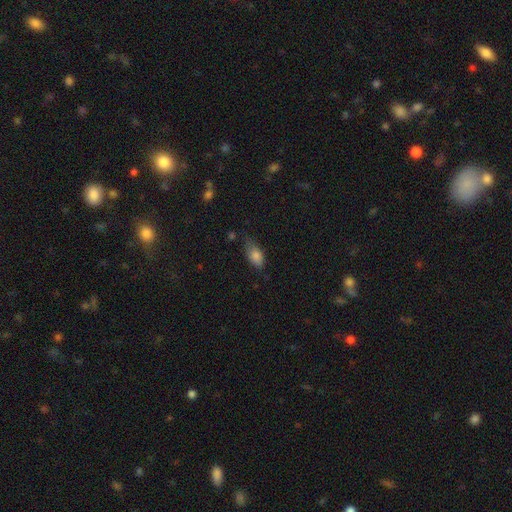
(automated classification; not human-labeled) Q: Smooth or featured?
A: smooth (82%); runner-up: featured or disk (9%)
Q: How rounded?
A: in between (88%); runner-up: round (7%)
Q: Merging?
A: none (51%); runner-up: minor disturbance (36%)